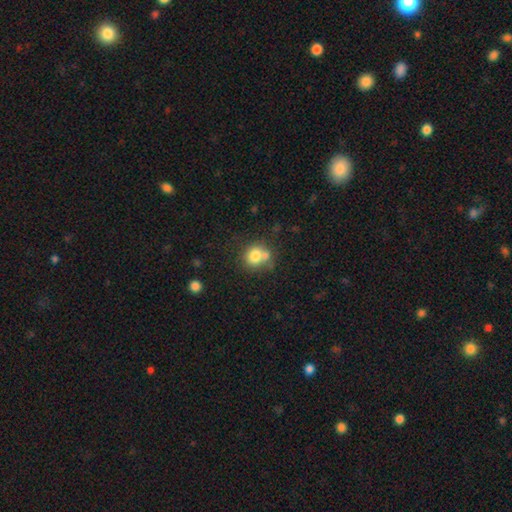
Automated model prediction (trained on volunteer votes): Morphology: type=smooth (77%); roundness=round (75%); merging=none (50%).